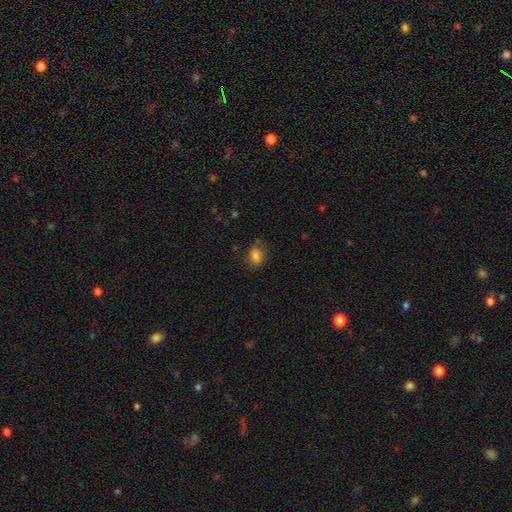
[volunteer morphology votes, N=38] smooth-or-featured: smooth: 87% | featured or disk: 8% | star or artifact: 5%
  how-rounded: in between: 67% | round: 27% | cigar-shaped: 6%
  merging: none: 64% | minor disturbance: 25% | major disturbance: 11% | merger: 0%